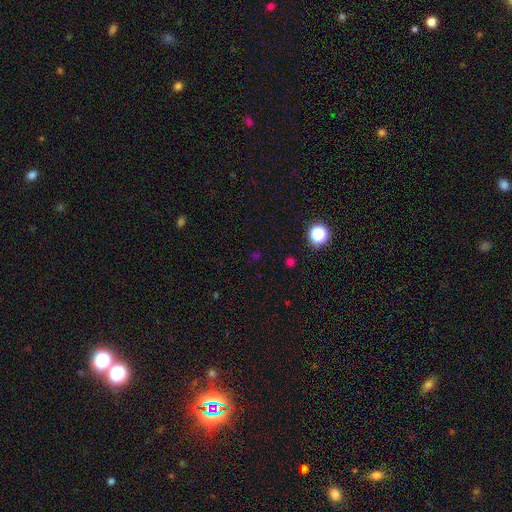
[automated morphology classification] Smooth or featured?
  - star or artifact: 54% *
  - smooth: 40%
  - featured or disk: 6%